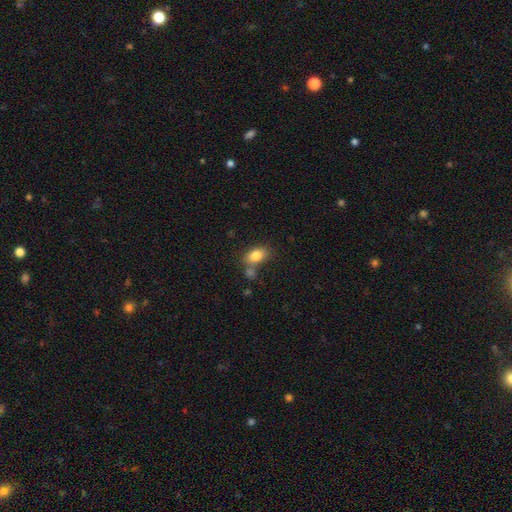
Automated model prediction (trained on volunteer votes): Overall: smooth (81%). How rounded: in between (85%). Merging: none (59%; merger 20%).